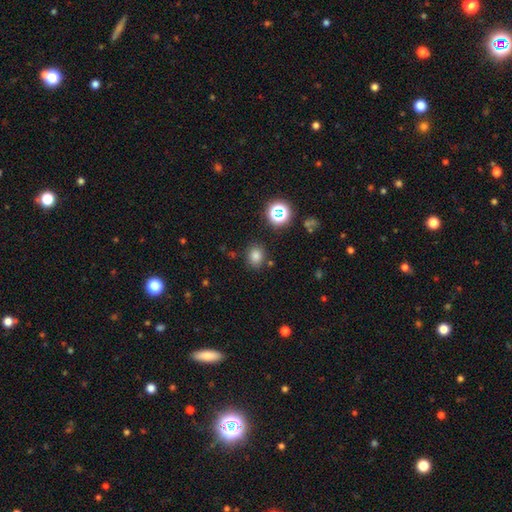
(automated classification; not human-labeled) smooth-or-featured: smooth: 77% | star or artifact: 17% | featured or disk: 6%
  how-rounded: round: 61% | in between: 38% | cigar-shaped: 1%
  merging: none: 82% | minor disturbance: 11% | merger: 4% | major disturbance: 3%